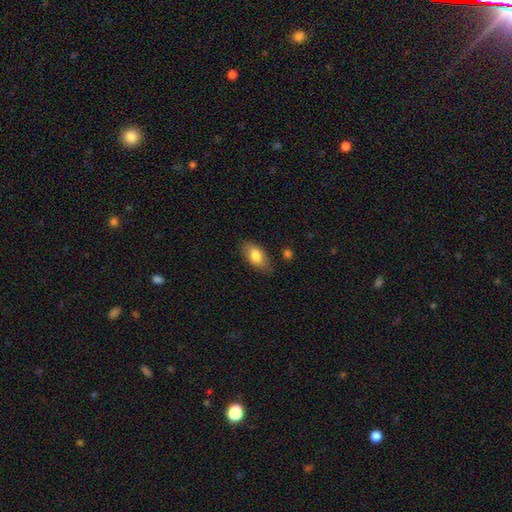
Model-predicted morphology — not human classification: A smooth galaxy with no disk features (80%) that is in between round and cigar-shaped (90%). Merging: none (79%).